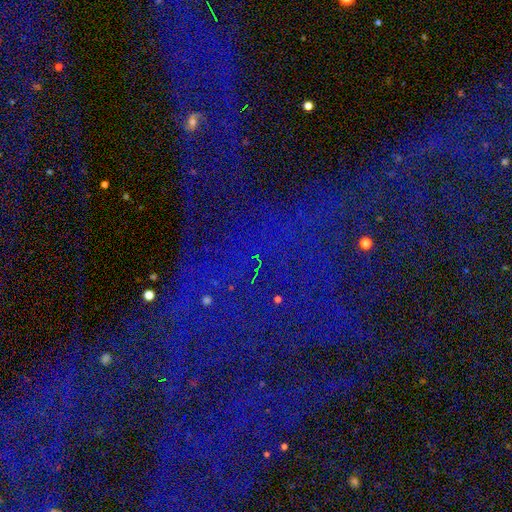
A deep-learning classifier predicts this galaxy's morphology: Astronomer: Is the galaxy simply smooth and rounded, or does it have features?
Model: star or artifact — 81%.